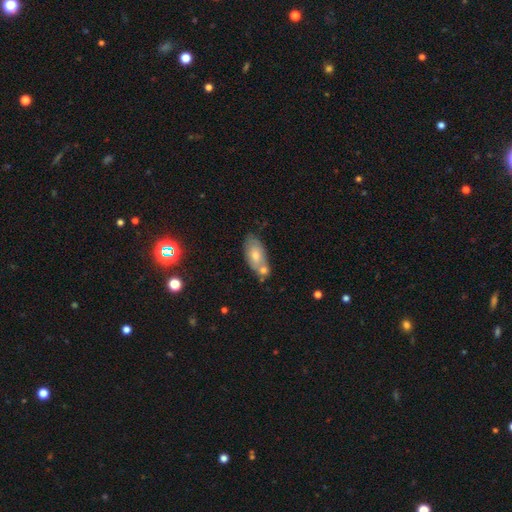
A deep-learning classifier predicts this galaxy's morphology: Overall: smooth (67%). How rounded: in between (89%). Merging: none (43%; merger 33%).